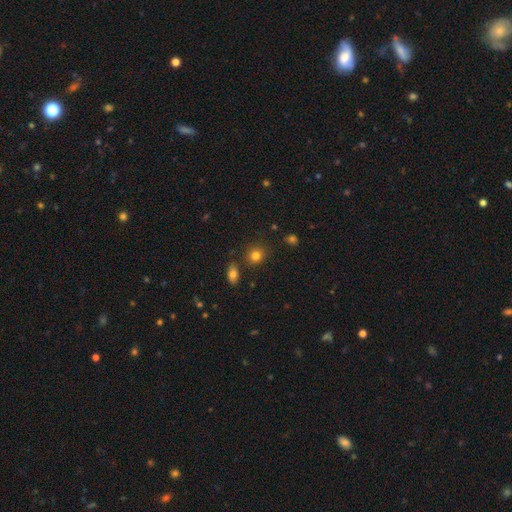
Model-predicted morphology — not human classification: smooth_or_featured: smooth (p=0.81) [alt: star or artifact p=0.12]
how_rounded: round (p=0.78) [alt: in between p=0.21]
merging: none (p=0.81) [alt: minor disturbance p=0.10]